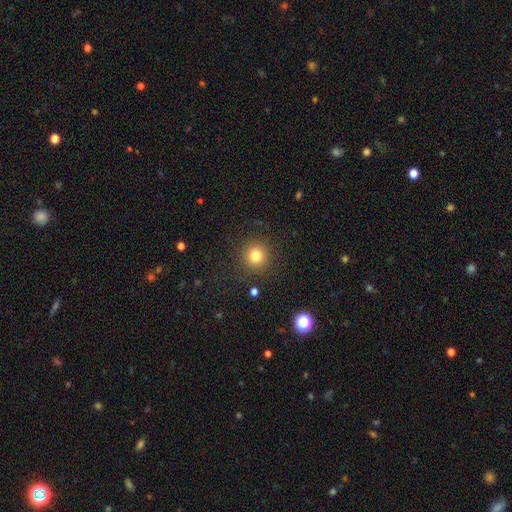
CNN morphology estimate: type=smooth (81%); roundness=round (93%); merging=none (89%).